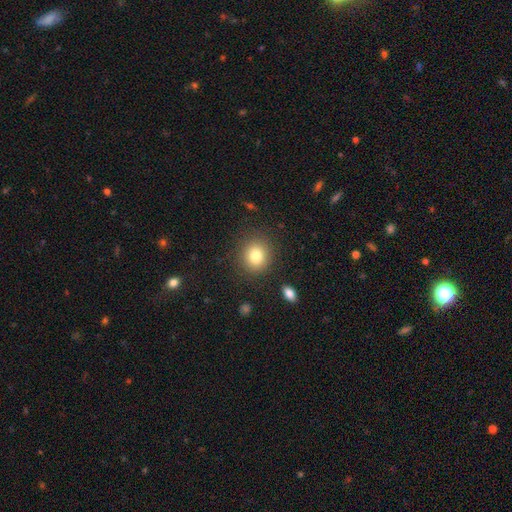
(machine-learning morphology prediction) type=smooth (81%); roundness=round (82%); merging=none (87%).